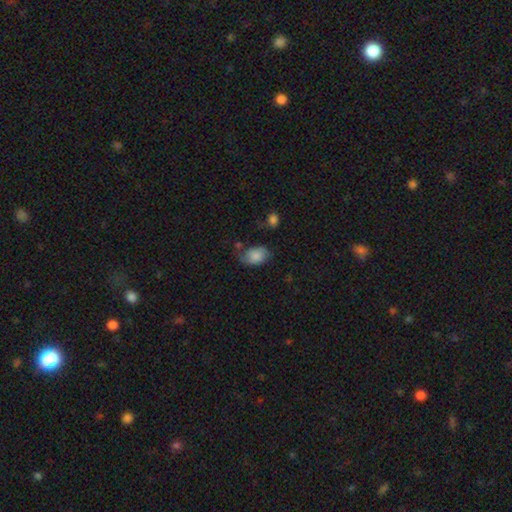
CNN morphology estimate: Overall: smooth (81%). How rounded: in between (81%). Merging: none (52%; minor disturbance 31%).